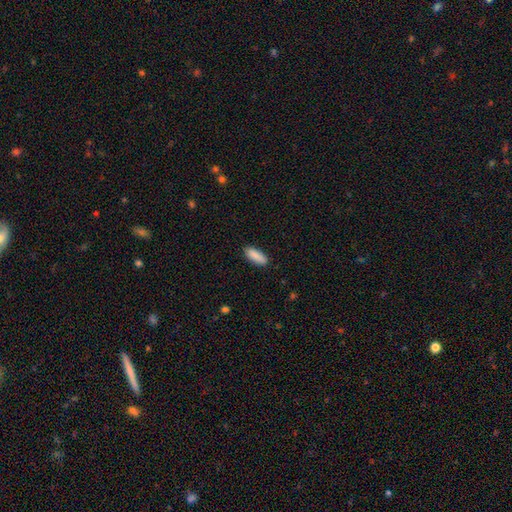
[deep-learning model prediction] A smooth galaxy with no disk features (90%) that is in between round and cigar-shaped (69%). Merging: none (88%).